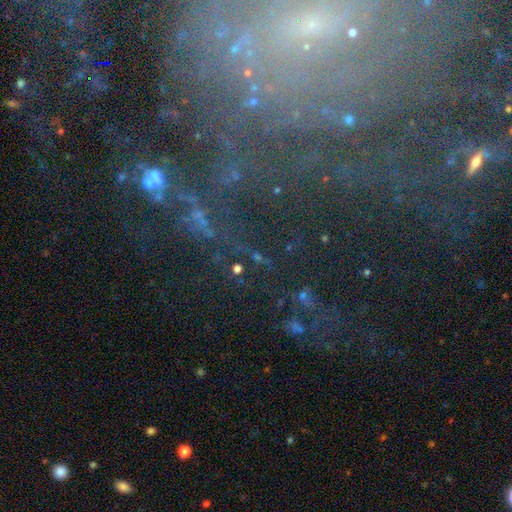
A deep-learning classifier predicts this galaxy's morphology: Smooth or featured: star or artifact — 60% (featured or disk — 24%)